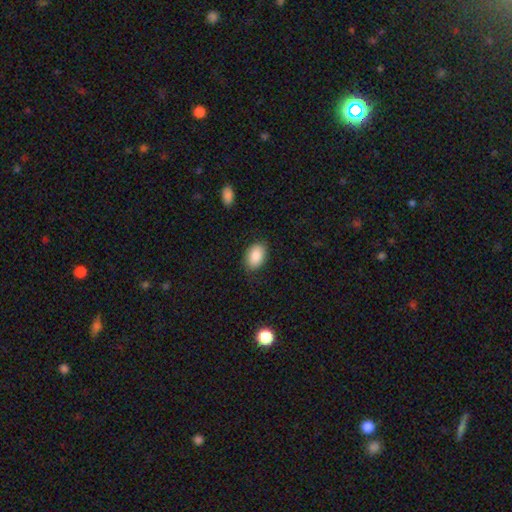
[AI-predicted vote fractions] smooth 87%, star or artifact 7%, featured or disk 6%. Down the decision tree: how rounded — in between (89%); merging — none (82%).